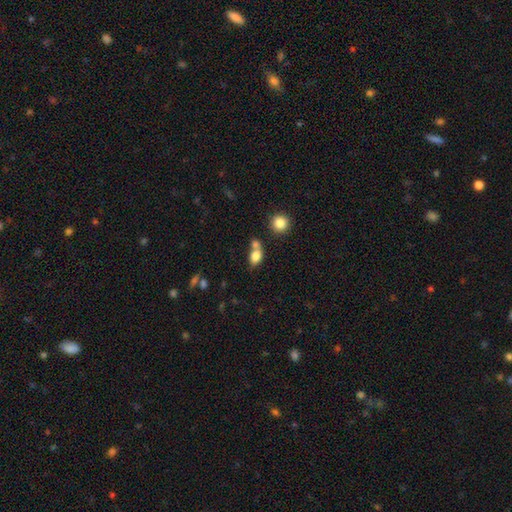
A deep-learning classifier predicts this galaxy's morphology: smooth_or_featured: smooth (p=0.80) [alt: star or artifact p=0.10]
how_rounded: in between (p=0.75) [alt: round p=0.23]
merging: none (p=0.43) [alt: merger p=0.39]